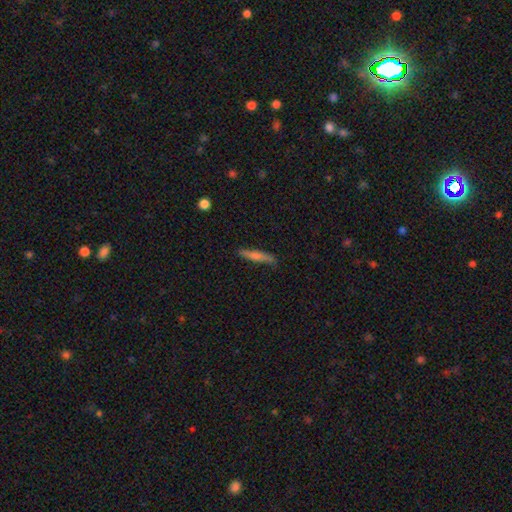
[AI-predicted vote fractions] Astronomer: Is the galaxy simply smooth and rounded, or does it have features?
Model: smooth — 54% (runner-up: featured or disk, 39%).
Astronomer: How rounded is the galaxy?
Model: cigar-shaped — 91%.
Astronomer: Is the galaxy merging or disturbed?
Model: none — 81%.